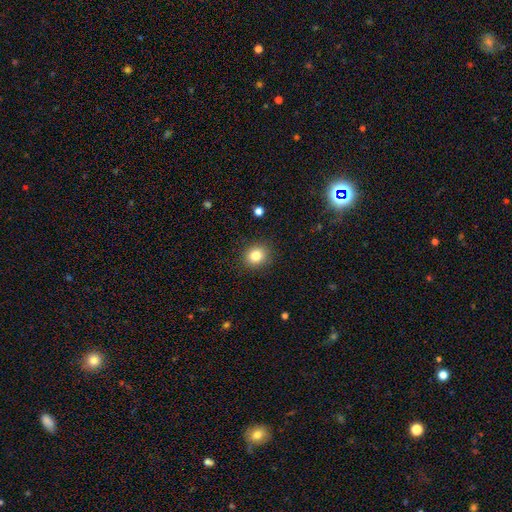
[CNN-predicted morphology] The model was most divided on "how rounded": round: 78%, in between: 22%, cigar-shaped: 1%. More confident: merging — none (90%); smooth or featured — smooth (82%).